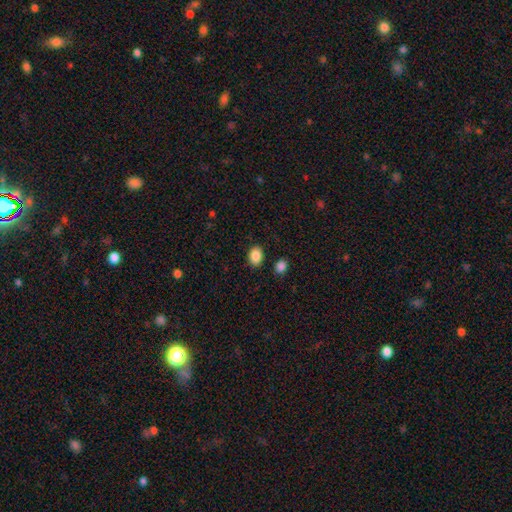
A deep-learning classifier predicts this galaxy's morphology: Overall: smooth (88%). How rounded: in between (70%). Merging: none (85%).